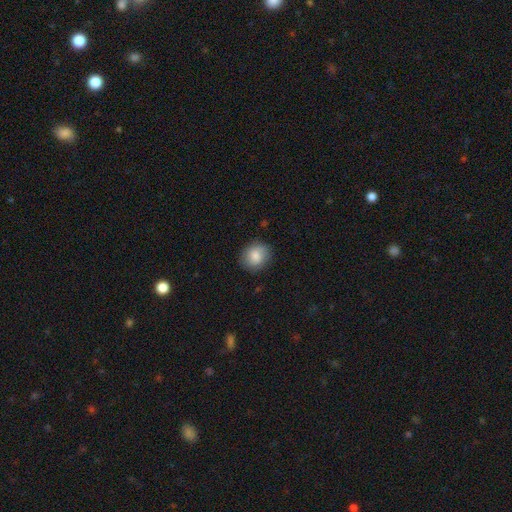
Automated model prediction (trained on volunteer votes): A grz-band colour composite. It shows a smooth galaxy with no disk features (84%) that is round (70%). Merging: none (85%).